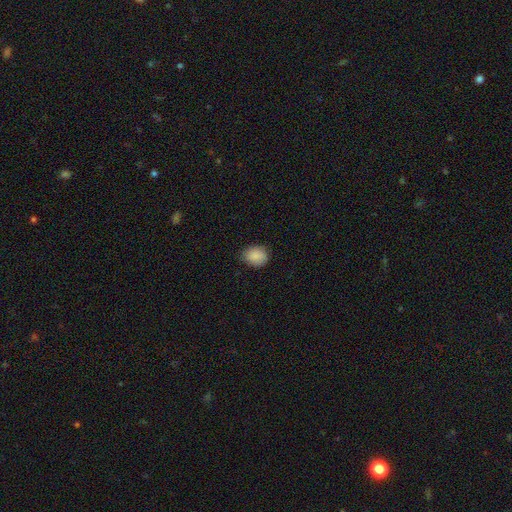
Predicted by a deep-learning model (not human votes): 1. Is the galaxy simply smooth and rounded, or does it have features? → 88% smooth, 8% star or artifact, 4% featured or disk.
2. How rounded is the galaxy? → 57% round, 42% in between, 1% cigar-shaped.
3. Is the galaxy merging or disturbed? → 81% none, 15% minor disturbance, 3% major disturbance, 1% merger.